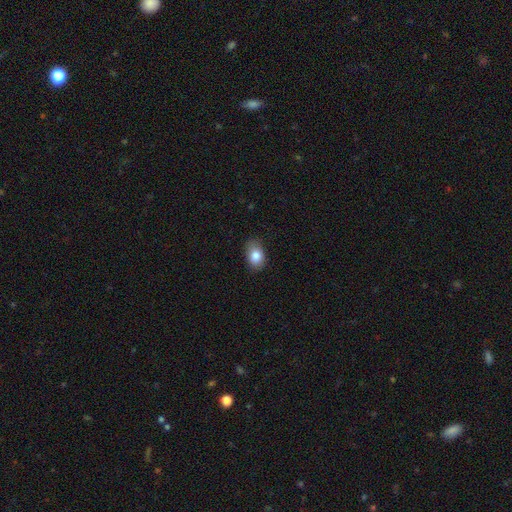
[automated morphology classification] Smooth or featured? Predicted: smooth (p=0.83). How rounded? Predicted: in between (p=0.81). Merging? Predicted: none (p=0.80).